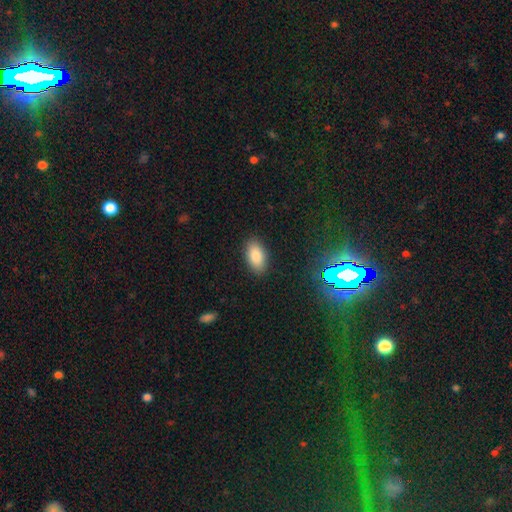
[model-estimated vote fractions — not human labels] Smooth or featured? Predicted: smooth (p=0.85). How rounded? Predicted: in between (p=0.94). Merging? Predicted: none (p=0.88).